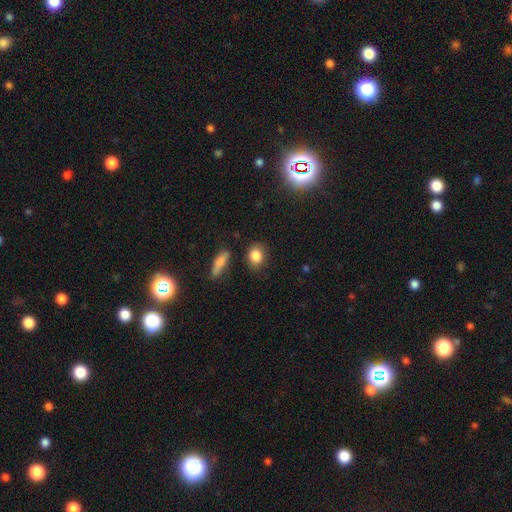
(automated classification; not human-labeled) Smooth or featured: smooth — 85% (star or artifact — 9%)
How rounded: round — 52% (in between — 45%)
Merging: none — 80% (minor disturbance — 13%)